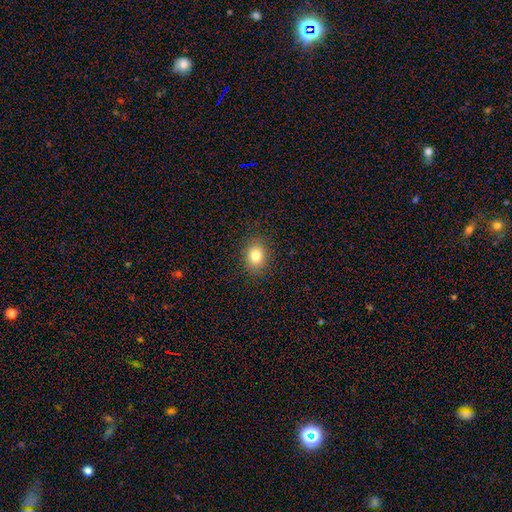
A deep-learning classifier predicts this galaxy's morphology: This appears to be a smooth galaxy with no disk features (81%) that is round (53%). Merging: none (88%).